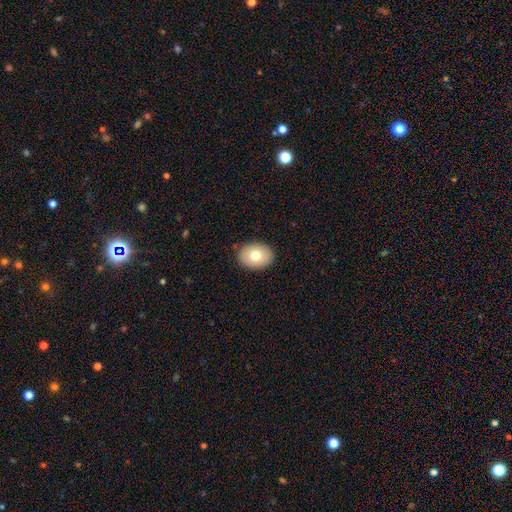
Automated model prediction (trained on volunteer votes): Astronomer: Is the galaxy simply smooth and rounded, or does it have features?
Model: smooth — 75%.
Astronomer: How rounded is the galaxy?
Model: in between — 66%.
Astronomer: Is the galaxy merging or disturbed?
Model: none — 89%.